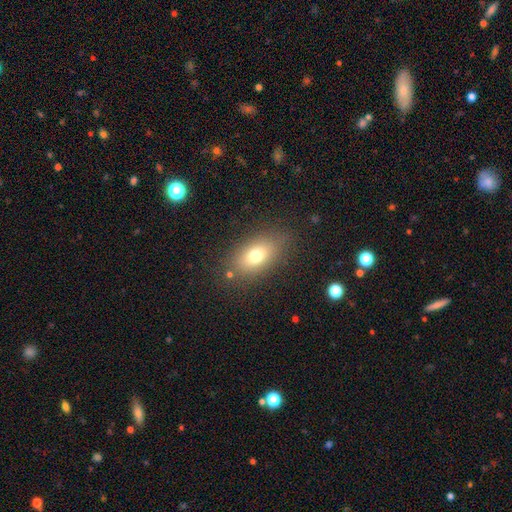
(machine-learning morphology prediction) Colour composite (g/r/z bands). It shows a smooth galaxy with no disk features (73%) that is in between round and cigar-shaped (84%). Merging: none (80%).